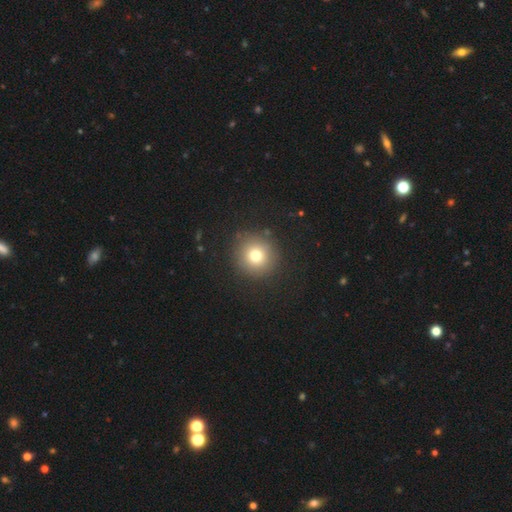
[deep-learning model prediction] The model was most divided on "smooth or featured": smooth: 74%, star or artifact: 15%, featured or disk: 11%. More confident: how rounded — round (94%); merging — none (90%).